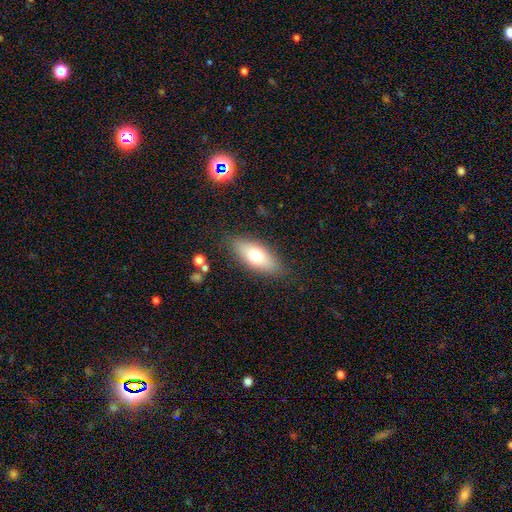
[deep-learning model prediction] Smooth or featured?
  - smooth: 70% *
  - featured or disk: 23%
  - star or artifact: 7%
How rounded?
  - in between: 76% *
  - cigar-shaped: 21%
  - round: 3%
Merging?
  - none: 83% *
  - minor disturbance: 12%
  - major disturbance: 3%
  - merger: 2%